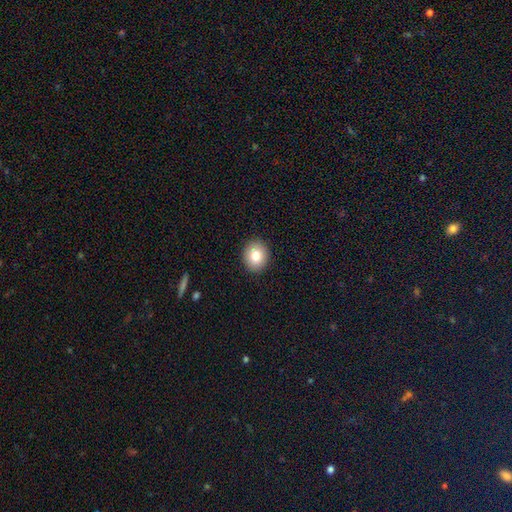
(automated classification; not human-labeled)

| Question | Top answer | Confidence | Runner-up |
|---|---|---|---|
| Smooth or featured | smooth | 80% | featured or disk (11%) |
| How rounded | round | 73% | in between (26%) |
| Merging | none | 91% | minor disturbance (6%) |